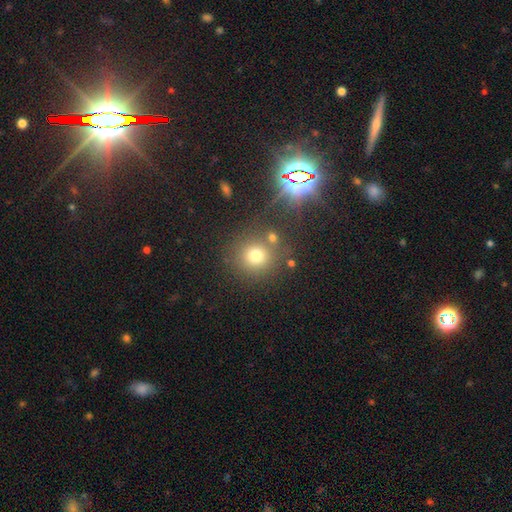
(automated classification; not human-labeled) Overall: smooth (72%). How rounded: round (90%). Merging: none (74%).